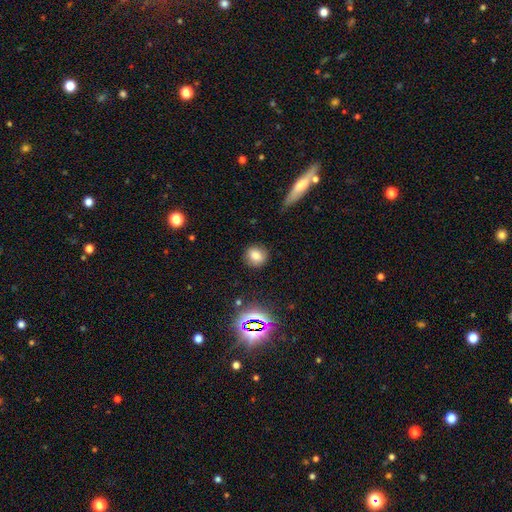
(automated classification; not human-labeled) A smooth galaxy with no disk features (76%) that is round (77%). Merging: none (87%).